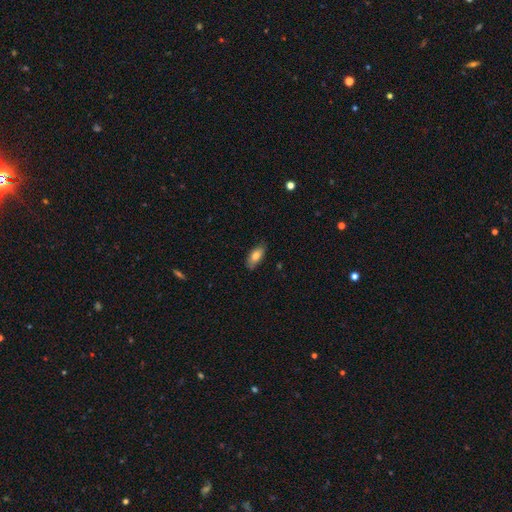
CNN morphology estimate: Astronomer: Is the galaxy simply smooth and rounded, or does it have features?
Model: smooth — 77%.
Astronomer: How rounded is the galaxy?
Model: in between — 85%.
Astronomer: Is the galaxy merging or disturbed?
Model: none — 80%.